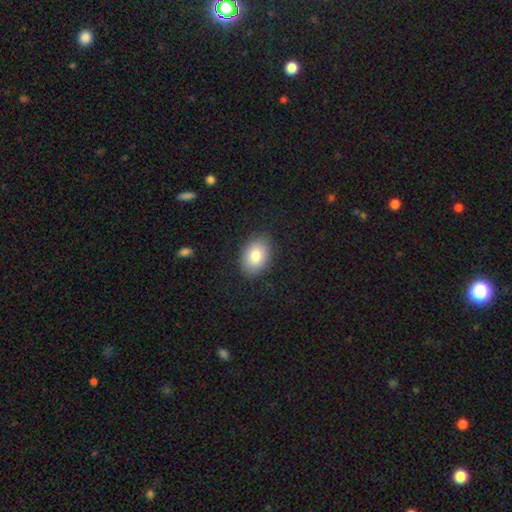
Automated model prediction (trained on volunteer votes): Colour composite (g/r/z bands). It shows a smooth galaxy with no disk features (81%) that is in between round and cigar-shaped (81%). Merging: none (88%).